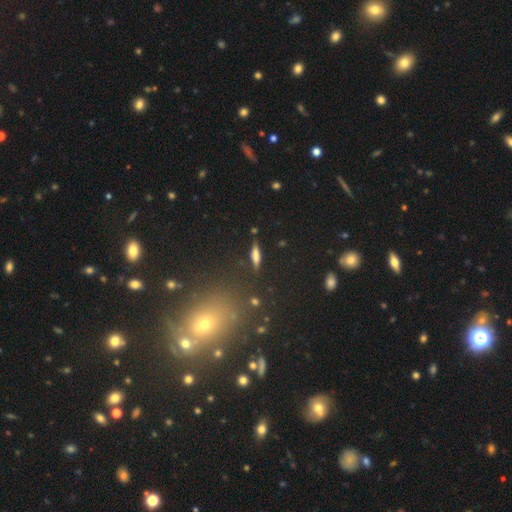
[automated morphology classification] This appears to be a smooth galaxy with no disk features (60%) that is cigar-shaped (66%). Merging: none (82%).